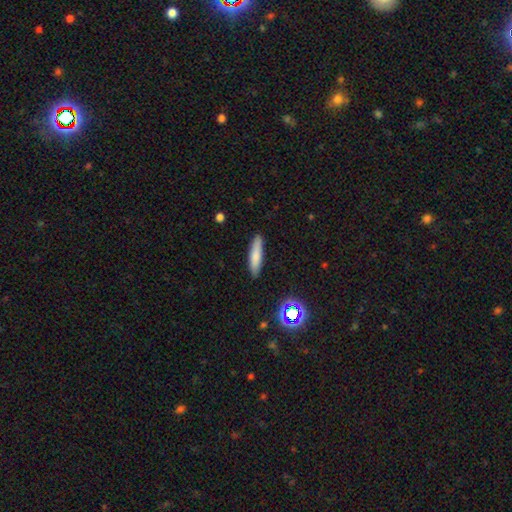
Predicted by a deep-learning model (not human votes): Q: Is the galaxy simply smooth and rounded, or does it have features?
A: smooth — 77%.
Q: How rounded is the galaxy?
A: cigar-shaped — 81%.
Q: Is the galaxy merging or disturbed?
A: none — 88%.